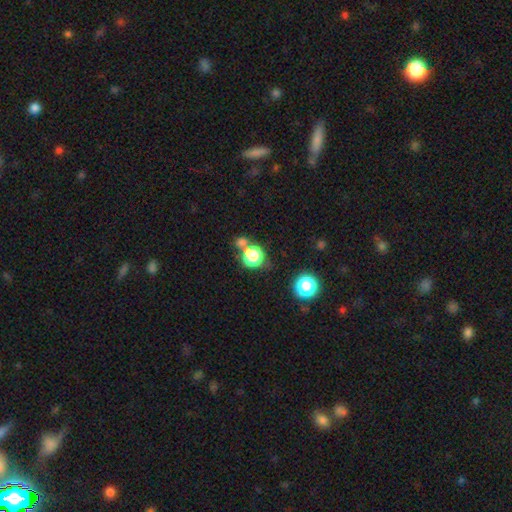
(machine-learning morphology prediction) This appears to be a star or artifact, not a galaxy (52%).